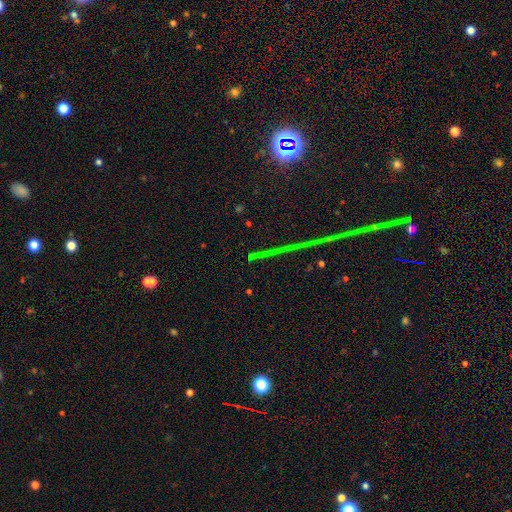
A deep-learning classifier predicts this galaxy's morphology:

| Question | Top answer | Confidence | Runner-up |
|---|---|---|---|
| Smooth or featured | star or artifact | 80% | featured or disk (11%) |